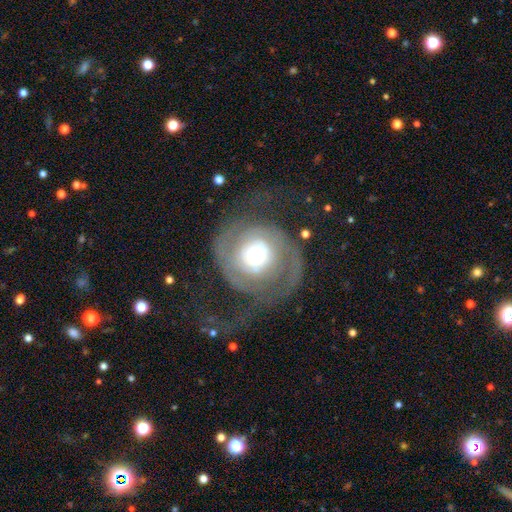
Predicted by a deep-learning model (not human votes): Smooth or featured: featured or disk — 70% (smooth — 23%)
Edge-on disk: no — 97% (yes — 3%)
Bar: no — 80% (weak — 15%)
Spiral arms: yes — 72% (no — 28%)
Bulge size: moderate — 50% (small — 29%)
Merging: none — 43% (major disturbance — 40%)